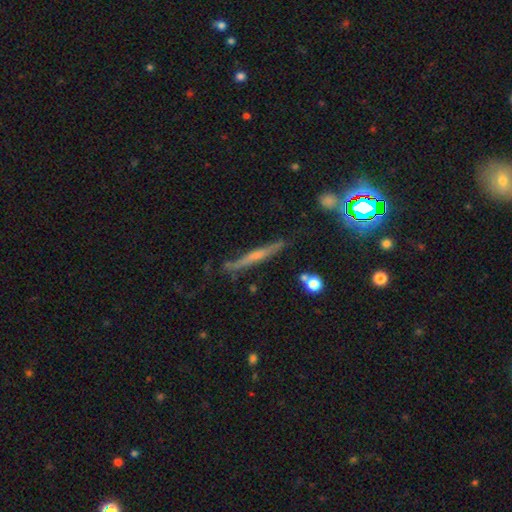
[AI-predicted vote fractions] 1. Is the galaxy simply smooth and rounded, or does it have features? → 58% featured or disk, 27% smooth, 15% star or artifact.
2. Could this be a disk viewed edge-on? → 94% yes, 6% no.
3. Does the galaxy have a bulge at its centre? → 46% rounded, 43% none, 11% boxy.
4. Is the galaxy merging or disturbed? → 82% none, 13% minor disturbance, 3% major disturbance, 2% merger.